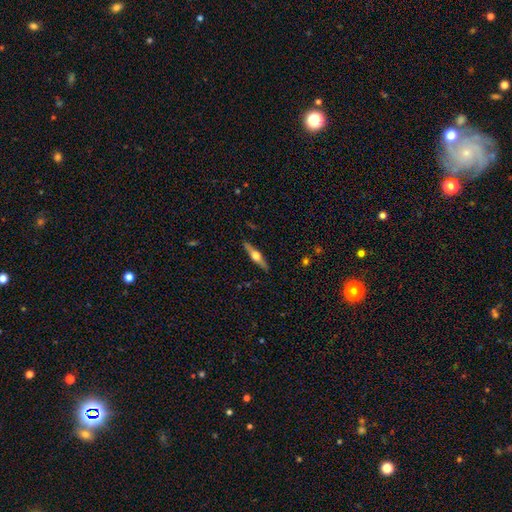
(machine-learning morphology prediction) Q: Smooth or featured?
A: featured or disk (67%); runner-up: smooth (27%)
Q: Edge-on disk?
A: yes (97%); runner-up: no (3%)
Q: Edge-on bulge?
A: rounded (94%); runner-up: boxy (4%)
Q: Merging?
A: none (89%); runner-up: minor disturbance (8%)